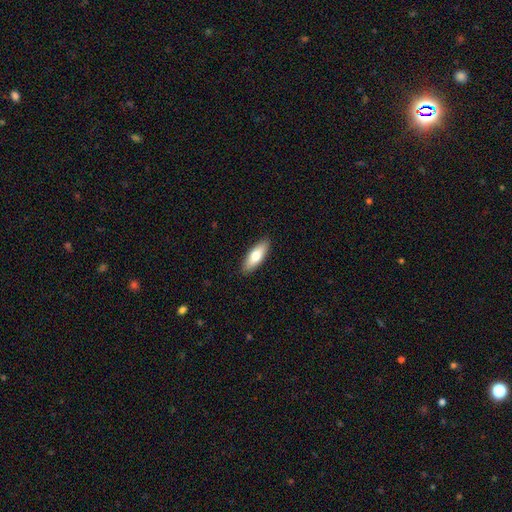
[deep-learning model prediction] Q: Smooth or featured?
A: smooth (73%); runner-up: featured or disk (21%)
Q: How rounded?
A: in between (65%); runner-up: cigar-shaped (33%)
Q: Merging?
A: none (89%); runner-up: minor disturbance (8%)